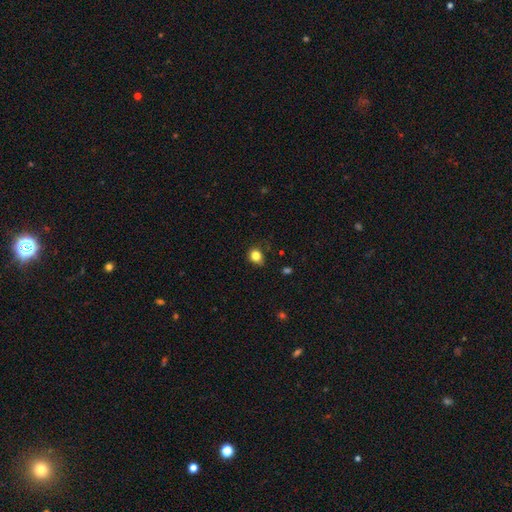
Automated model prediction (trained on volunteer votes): Smooth or featured? Predicted: smooth (p=0.82). How rounded? Predicted: round (p=0.65). Merging? Predicted: none (p=0.72).